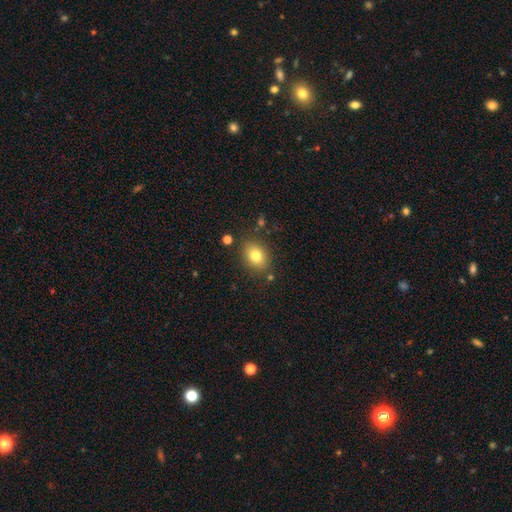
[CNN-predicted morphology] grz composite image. It shows a smooth galaxy with no disk features (79%) that is in between round and cigar-shaped (61%). Merging: none (82%).